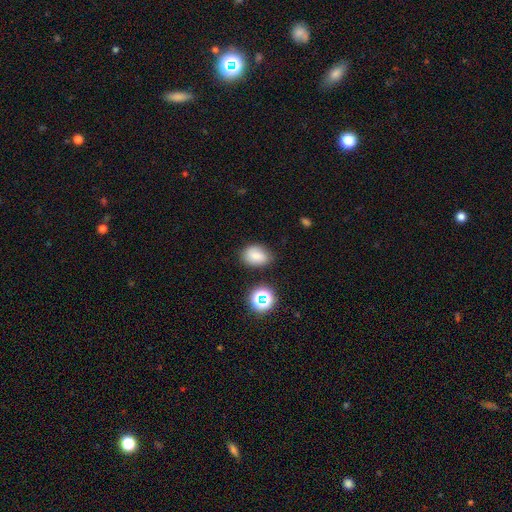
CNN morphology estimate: The model was most divided on "how rounded": in between: 72%, round: 27%, cigar-shaped: 1%. More confident: smooth or featured — smooth (78%); merging — none (73%).